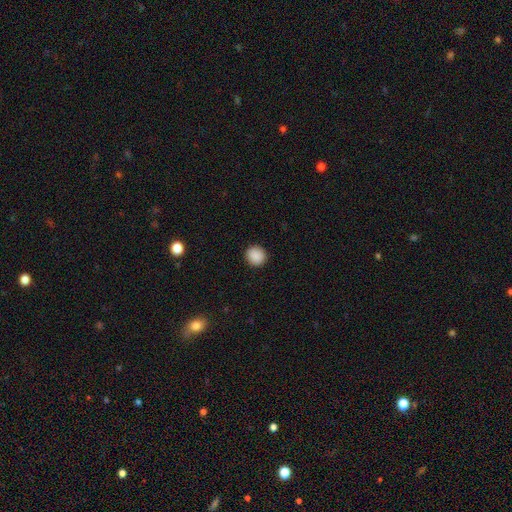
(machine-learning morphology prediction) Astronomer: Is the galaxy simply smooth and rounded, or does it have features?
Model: smooth — 89%.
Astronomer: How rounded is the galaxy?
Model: round — 90%.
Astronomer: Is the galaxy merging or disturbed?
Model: none — 92%.